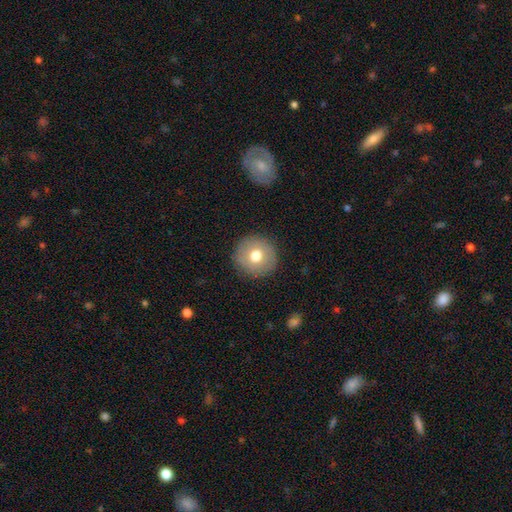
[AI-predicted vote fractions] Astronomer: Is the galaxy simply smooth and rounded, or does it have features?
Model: smooth — 72%.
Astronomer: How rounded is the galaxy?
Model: round — 95%.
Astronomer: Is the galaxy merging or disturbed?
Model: none — 91%.